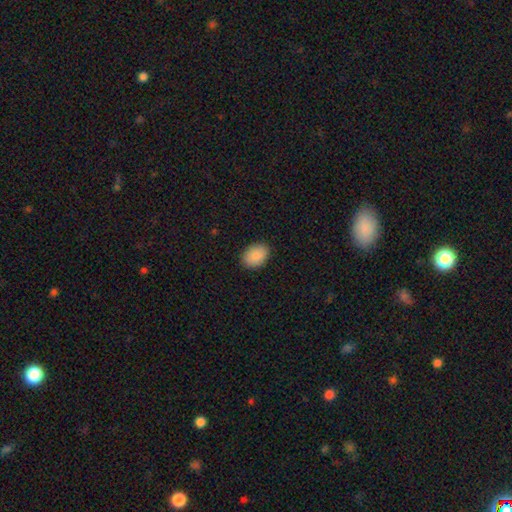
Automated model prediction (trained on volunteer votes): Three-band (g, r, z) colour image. It shows a smooth galaxy with no disk features (89%) that is in between round and cigar-shaped (78%). Merging: none (89%).